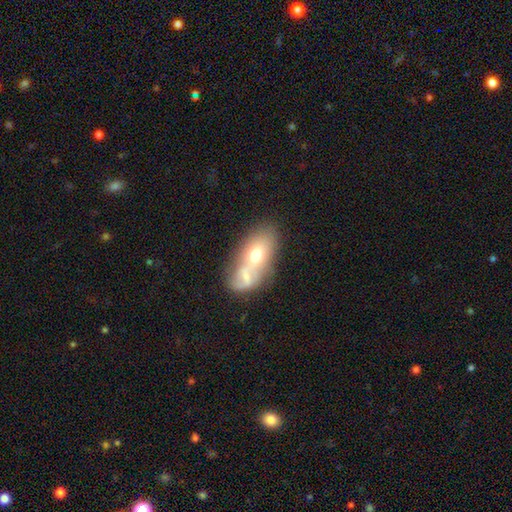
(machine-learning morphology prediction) type=smooth (59%); roundness=in between (83%); merging=merger (60%).